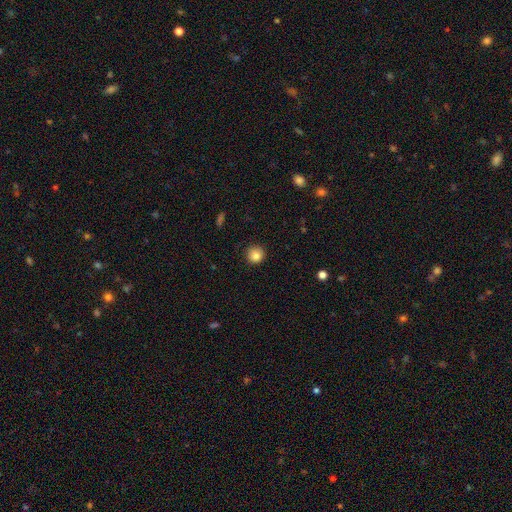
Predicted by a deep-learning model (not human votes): Overall: smooth (84%). How rounded: round (94%). Merging: none (89%).